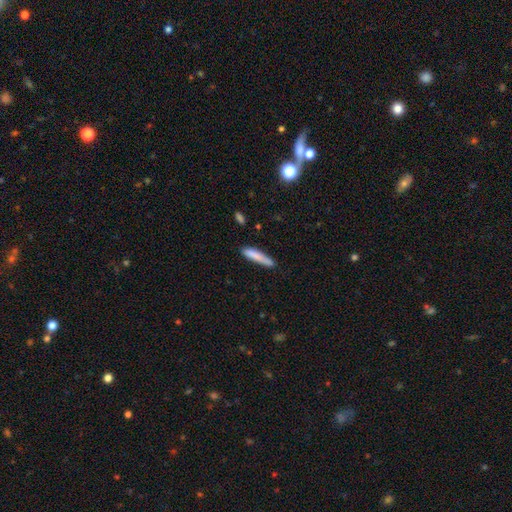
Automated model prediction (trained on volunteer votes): A smooth galaxy with no disk features (82%) that is cigar-shaped (89%).

Vote fractions:
- Smooth or featured? smooth: 82% / featured or disk: 12% / star or artifact: 6%
- How rounded? cigar-shaped: 89% / in between: 10% / round: 1%
- Merging? none: 74% / minor disturbance: 19% / major disturbance: 4% / merger: 3%